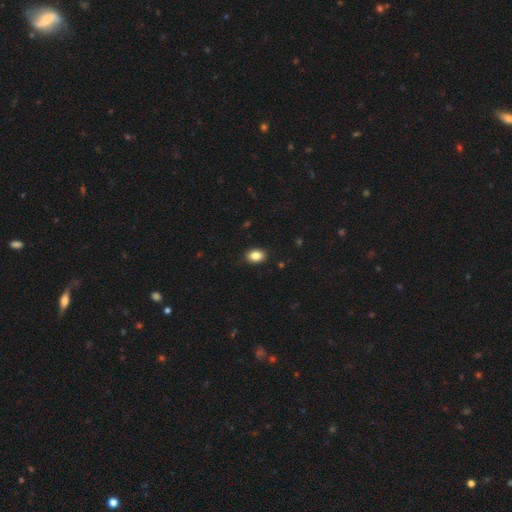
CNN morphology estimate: The model was most divided on "how rounded": in between: 74%, round: 24%, cigar-shaped: 1%. More confident: merging — none (88%); smooth or featured — smooth (85%).